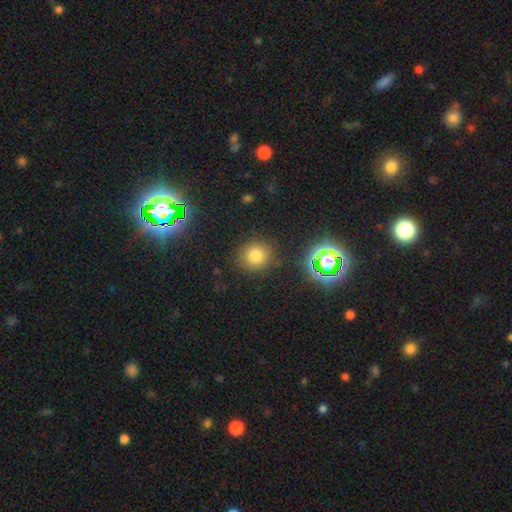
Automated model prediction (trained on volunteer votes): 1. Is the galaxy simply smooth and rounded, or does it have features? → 74% smooth, 18% star or artifact, 7% featured or disk.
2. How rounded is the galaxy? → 87% round, 12% in between, 1% cigar-shaped.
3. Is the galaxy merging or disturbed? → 86% none, 8% minor disturbance, 3% major disturbance, 2% merger.